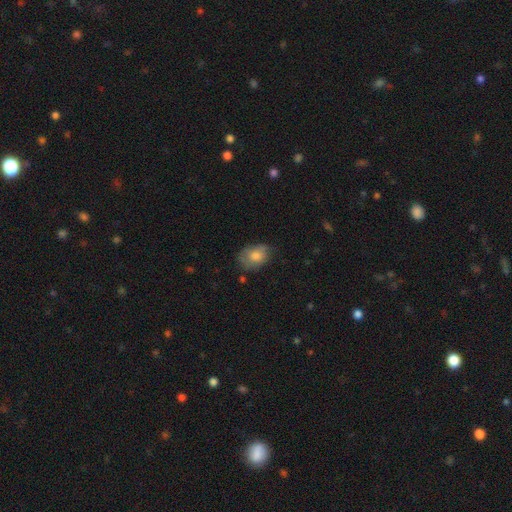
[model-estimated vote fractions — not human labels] A smooth galaxy with no disk features (71%) that is in between round and cigar-shaped (71%). Merging: none (56%).